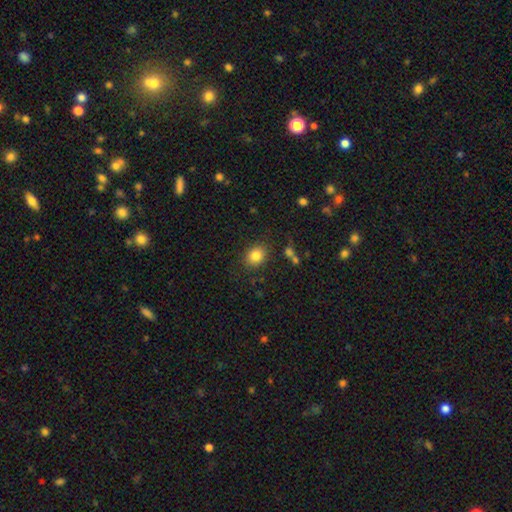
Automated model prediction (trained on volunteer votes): Morphology: type=smooth (83%); roundness=round (54%); merging=none (84%).